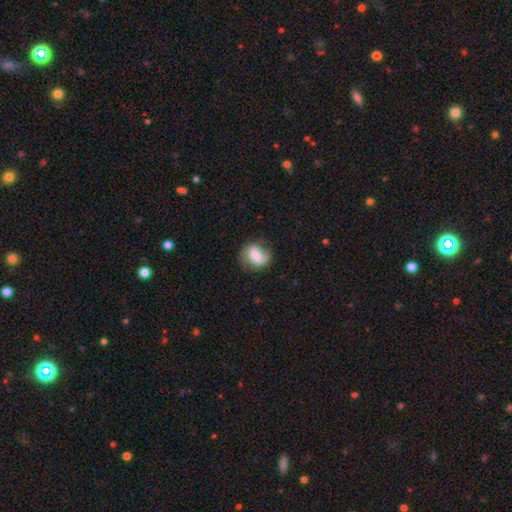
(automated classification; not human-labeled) A smooth galaxy with no disk features (55%) that is round (54%).

Vote fractions:
- Smooth or featured? smooth: 55% / featured or disk: 36% / star or artifact: 8%
- How rounded? round: 54% / in between: 44% / cigar-shaped: 2%
- Merging? none: 64% / minor disturbance: 23% / major disturbance: 10% / merger: 2%